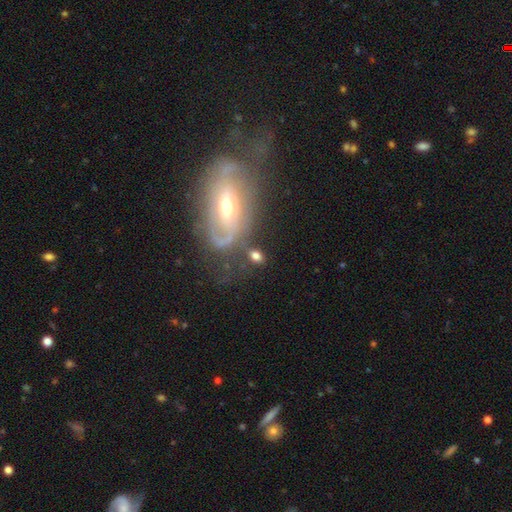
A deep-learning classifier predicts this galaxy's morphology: Overall: smooth (66%). How rounded: in between (70%). Merging: none (58%).